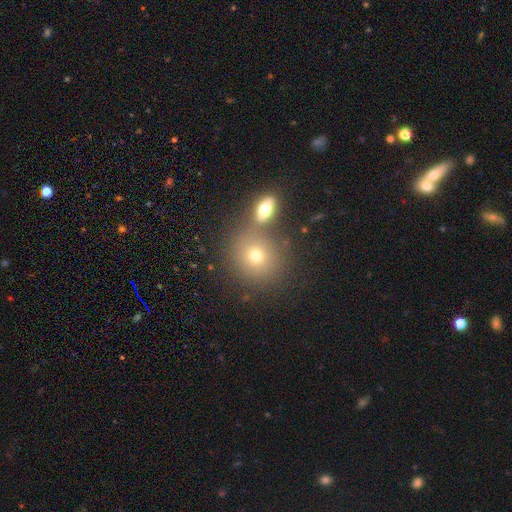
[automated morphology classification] This appears to be a smooth galaxy with no disk features (70%) that is round (80%). Merging: none (62%).